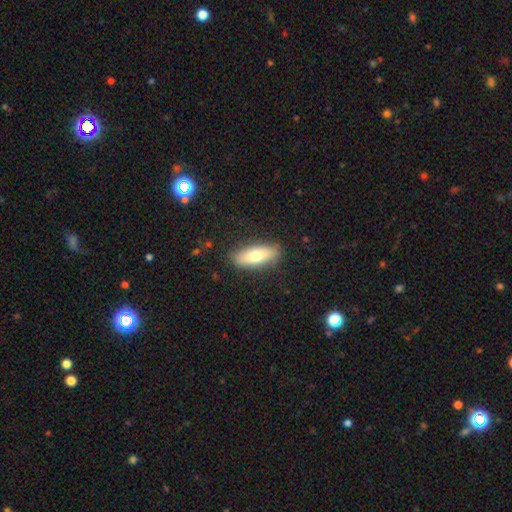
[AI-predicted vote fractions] This appears to be a smooth galaxy with no disk features (71%) that is in between round and cigar-shaped (72%). Merging: none (86%).